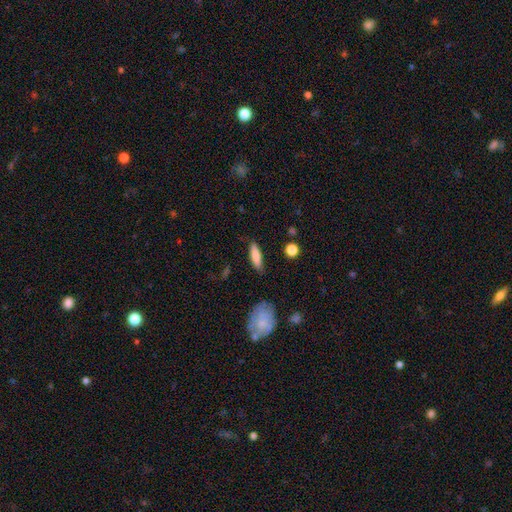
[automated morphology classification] This is clearly a smooth galaxy (81%). How rounded: possibly cigar-shaped (55%). Merging: clearly none (83%).